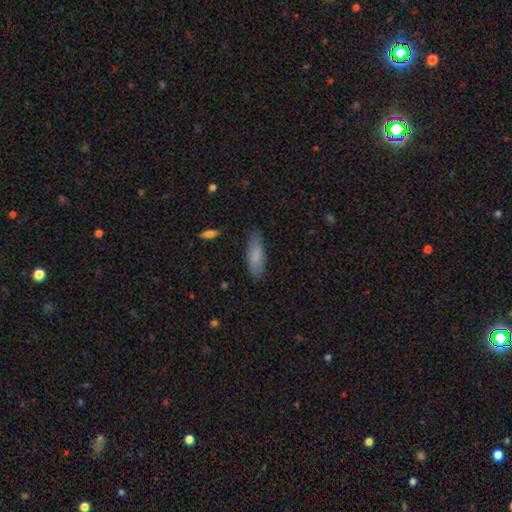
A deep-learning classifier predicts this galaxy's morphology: Smooth or featured?
  - smooth: 81% *
  - featured or disk: 13%
  - star or artifact: 6%
How rounded?
  - in between: 55% *
  - cigar-shaped: 43%
  - round: 2%
Merging?
  - none: 82% *
  - minor disturbance: 14%
  - major disturbance: 3%
  - merger: 1%